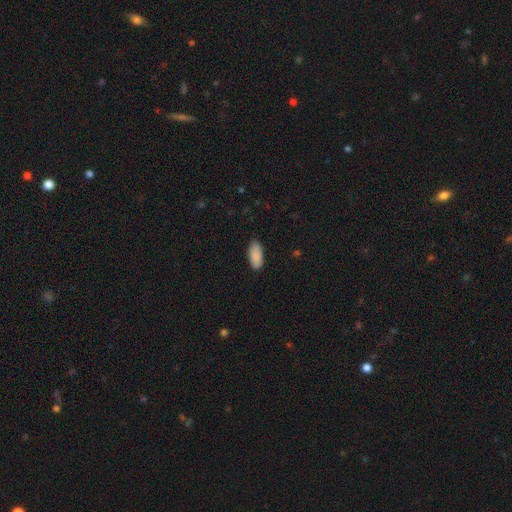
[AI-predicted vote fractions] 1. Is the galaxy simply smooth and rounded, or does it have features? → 90% smooth, 6% star or artifact, 4% featured or disk.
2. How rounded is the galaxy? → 88% in between, 11% cigar-shaped, 2% round.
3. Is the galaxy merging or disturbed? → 87% none, 11% minor disturbance, 2% major disturbance, 1% merger.